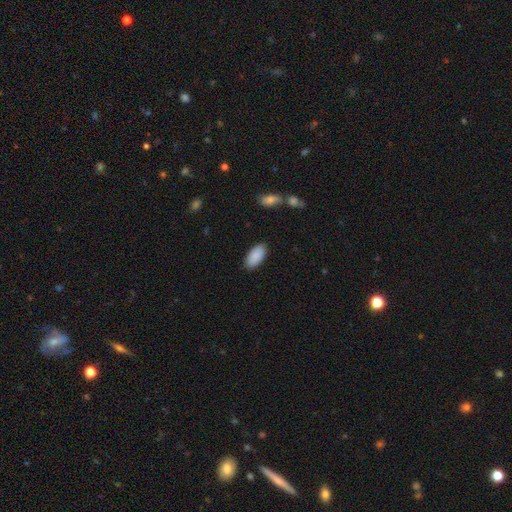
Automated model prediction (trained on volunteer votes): Smooth or featured?
  - smooth: 90% *
  - star or artifact: 6%
  - featured or disk: 4%
How rounded?
  - in between: 92% *
  - cigar-shaped: 6%
  - round: 2%
Merging?
  - none: 88% *
  - minor disturbance: 8%
  - major disturbance: 2%
  - merger: 1%